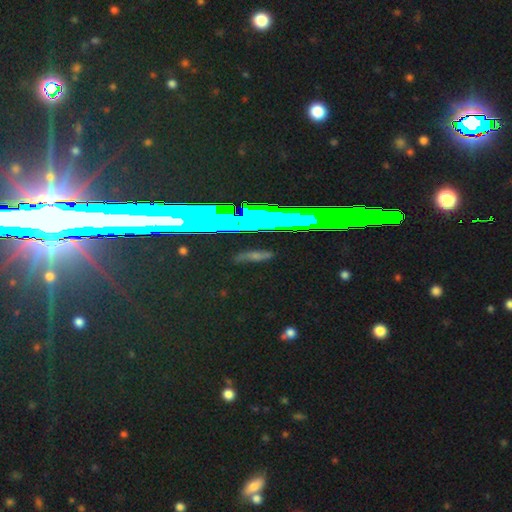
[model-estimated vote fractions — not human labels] smooth_or_featured: star or artifact (p=0.65) [alt: smooth p=0.19]